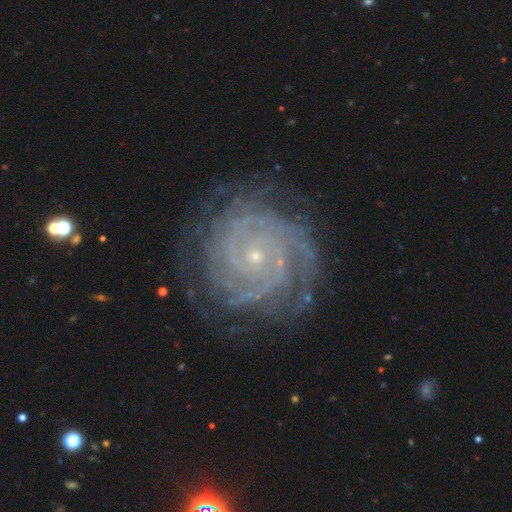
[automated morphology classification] type=featured or disk (90%); edge-on=no (98%); bar=no (77%); spiral arms=yes (98%); winding=tight (84%); arm count=4 (20%, tied with can't tell); bulge=small (87%); merging=none (79%).